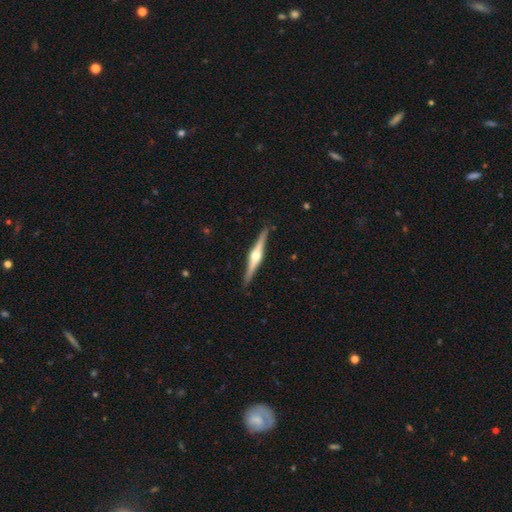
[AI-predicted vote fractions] Smooth or featured: featured or disk — 81% (smooth — 14%)
Edge-on disk: yes — 98% (no — 2%)
Edge-on bulge: rounded — 94% (boxy — 4%)
Merging: none — 90% (minor disturbance — 7%)